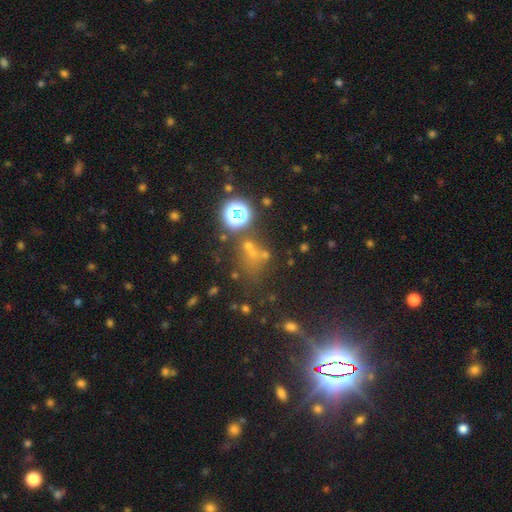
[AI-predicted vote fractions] The model was most divided on "smooth or featured": smooth: 47%, star or artifact: 39%, featured or disk: 15%. Remaining: merging — none (49%).